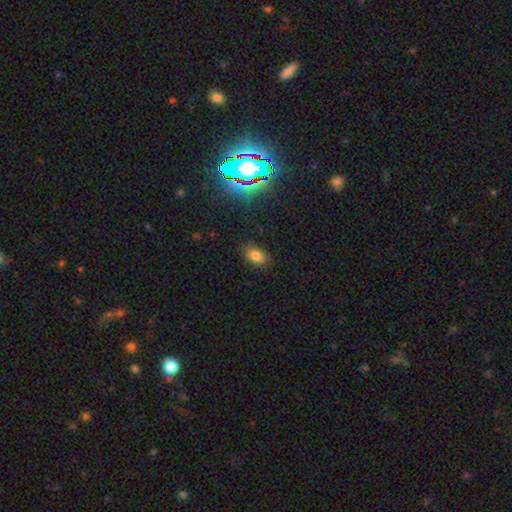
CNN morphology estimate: Smooth or featured? smooth (78%)
How rounded? in between (89%)
Merging? none (86%)